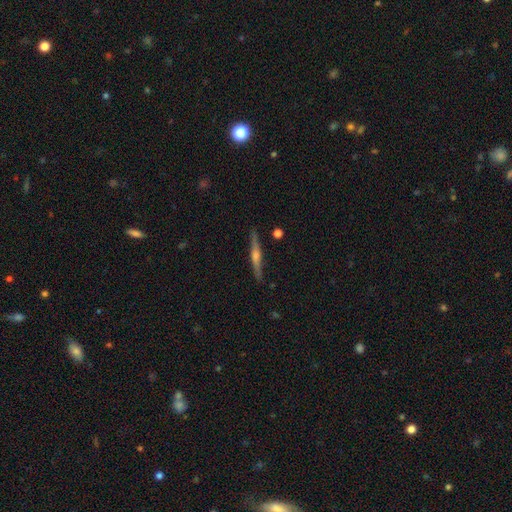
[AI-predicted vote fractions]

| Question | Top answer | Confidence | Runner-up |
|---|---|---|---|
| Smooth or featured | featured or disk | 75% | smooth (19%) |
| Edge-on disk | yes | 98% | no (2%) |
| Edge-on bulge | rounded | 85% | boxy (8%) |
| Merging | none | 90% | minor disturbance (7%) |